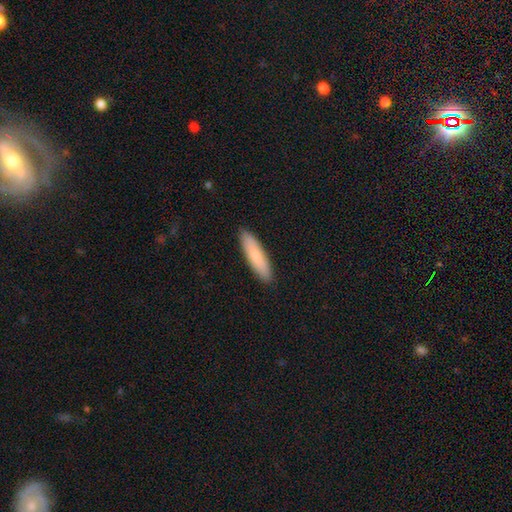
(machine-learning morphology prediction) Q: Smooth or featured?
A: smooth (82%); runner-up: featured or disk (13%)
Q: How rounded?
A: cigar-shaped (73%); runner-up: in between (26%)
Q: Merging?
A: none (91%); runner-up: minor disturbance (7%)